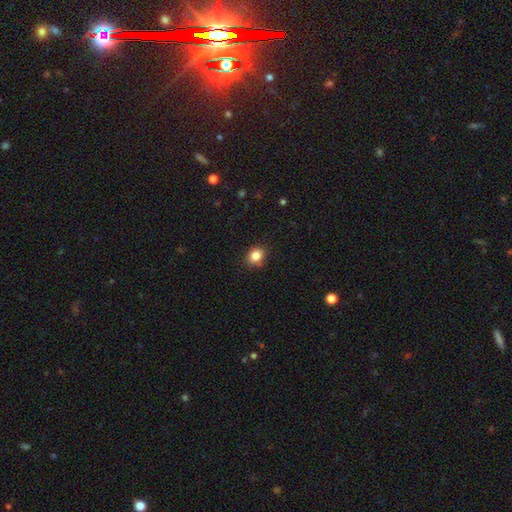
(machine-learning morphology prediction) A smooth galaxy with no disk features (84%) that is round (53%). Merging: none (85%).